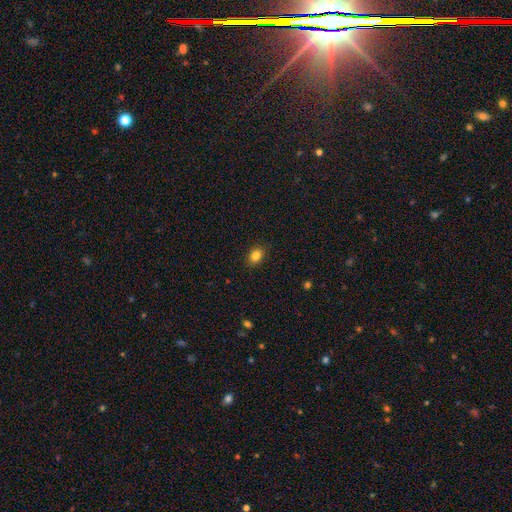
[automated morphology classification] smooth-or-featured: smooth: 84% | star or artifact: 10% | featured or disk: 6%
  how-rounded: in between: 67% | round: 32% | cigar-shaped: 1%
  merging: none: 87% | minor disturbance: 10% | major disturbance: 2% | merger: 1%